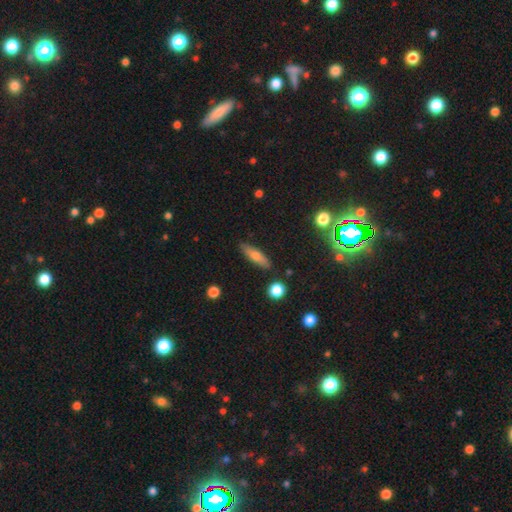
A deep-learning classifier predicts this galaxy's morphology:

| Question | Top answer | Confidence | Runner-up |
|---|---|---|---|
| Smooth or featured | smooth | 59% | featured or disk (29%) |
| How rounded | cigar-shaped | 61% | in between (34%) |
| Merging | none | 87% | minor disturbance (9%) |